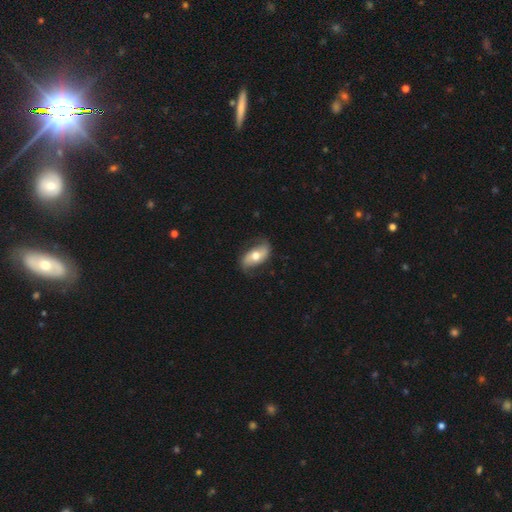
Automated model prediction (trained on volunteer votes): A featured or disk galaxy (65%) with no bar (53%), 2 (90%) loose (68%) spiral arms (84%) and a moderate central bulge (72%).

Vote fractions:
- Smooth or featured? featured or disk: 65% / smooth: 29% / star or artifact: 6%
- Edge-on disk? no: 91% / yes: 9%
- Bar? no: 53% / weak: 28% / strong: 19%
- Spiral arms? yes: 84% / no: 16%
- Spiral winding? loose: 68% / medium: 23% / tight: 9%
- Spiral arm count? 2: 90% / can't tell: 5% / 1: 2% / 3: 1% / more than 4: 1% / 4: 1%
- Bulge size? moderate: 72% / small: 12% / large: 12% / dominant: 1% / none: 1%
- Merging? none: 74% / minor disturbance: 19% / major disturbance: 6% / merger: 1%